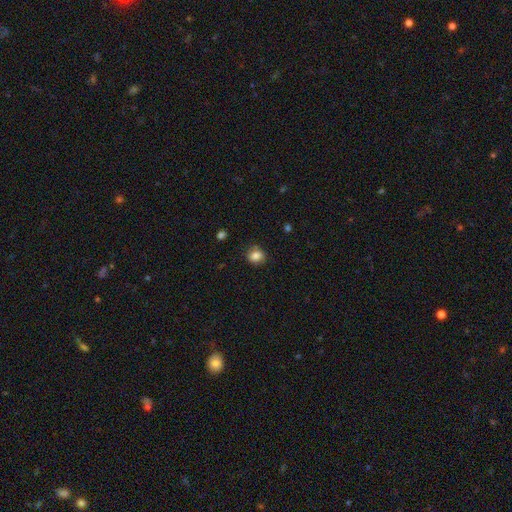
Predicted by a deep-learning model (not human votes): The model was most divided on "how rounded": round: 71%, in between: 29%, cigar-shaped: 1%. More confident: smooth or featured — smooth (83%); merging — none (81%).